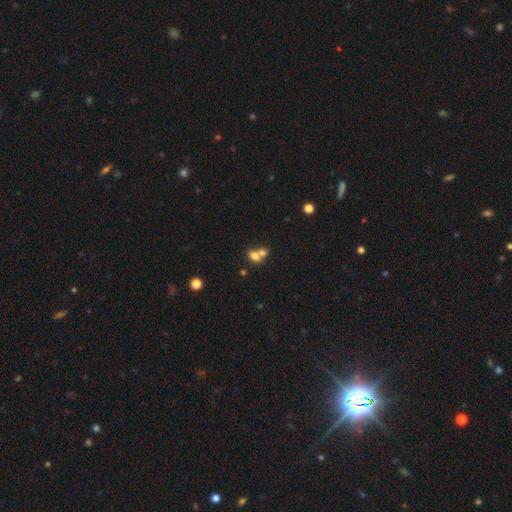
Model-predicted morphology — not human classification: Smooth or featured?
  - smooth: 72% *
  - featured or disk: 16%
  - star or artifact: 12%
How rounded?
  - in between: 53% *
  - round: 45%
  - cigar-shaped: 2%
Merging?
  - merger: 65% *
  - none: 25%
  - minor disturbance: 6%
  - major disturbance: 3%